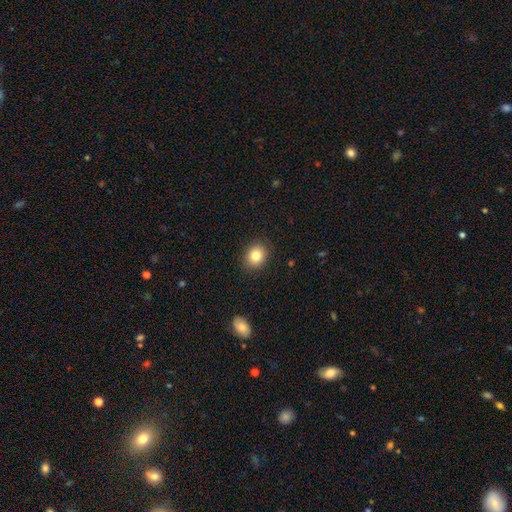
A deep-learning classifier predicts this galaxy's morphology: The model was most divided on "how rounded": round: 54%, in between: 46%, cigar-shaped: 1%. More confident: merging — none (88%); smooth or featured — smooth (83%).